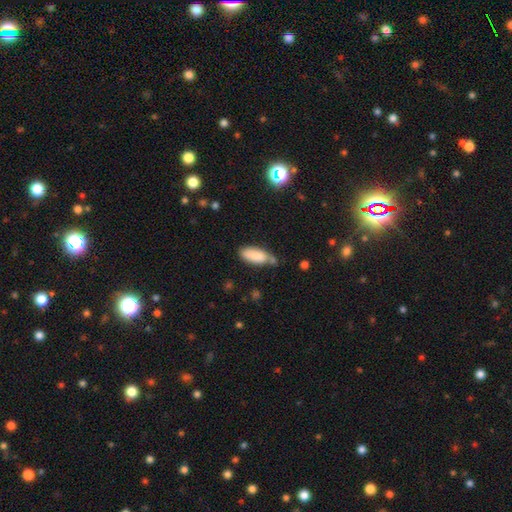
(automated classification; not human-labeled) smooth-or-featured: smooth: 86% | star or artifact: 7% | featured or disk: 6%
  how-rounded: in between: 82% | cigar-shaped: 16% | round: 2%
  merging: none: 57% | minor disturbance: 25% | merger: 12% | major disturbance: 6%